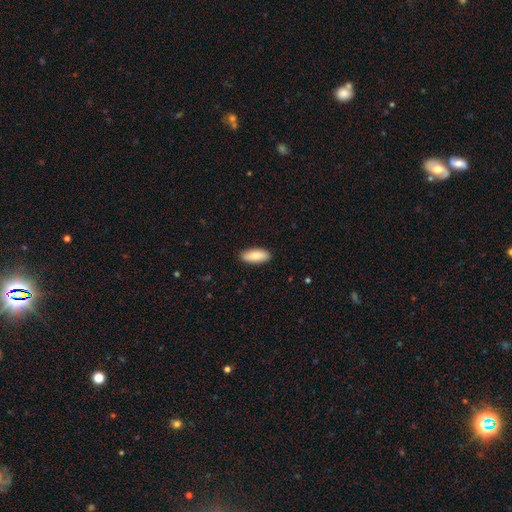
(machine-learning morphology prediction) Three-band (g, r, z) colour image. It shows a smooth galaxy with no disk features (85%) that is in between round and cigar-shaped (82%). Merging: none (90%).